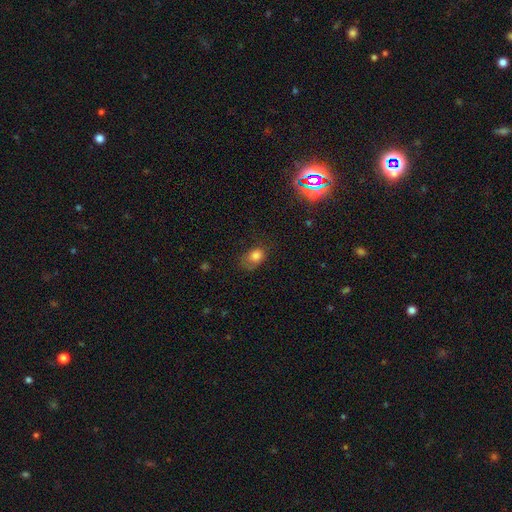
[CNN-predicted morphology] Smooth or featured? Predicted: smooth (p=0.80). How rounded? Predicted: in between (p=0.61). Merging? Predicted: none (p=0.45).